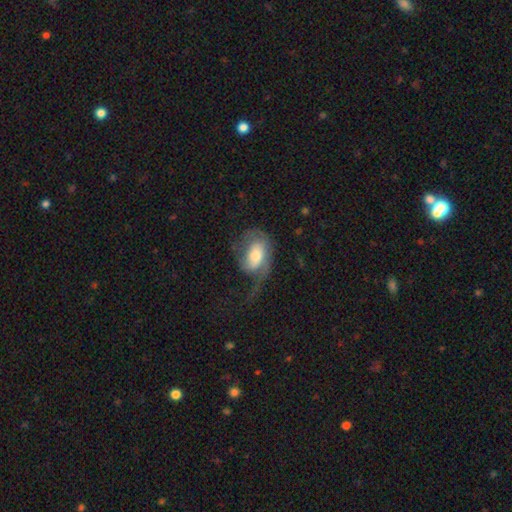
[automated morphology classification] smooth_or_featured: featured or disk (p=0.53) [alt: smooth p=0.41]
disk_edge_on: no (p=0.95) [alt: yes p=0.05]
merging: major disturbance (p=0.52) [alt: none p=0.26]